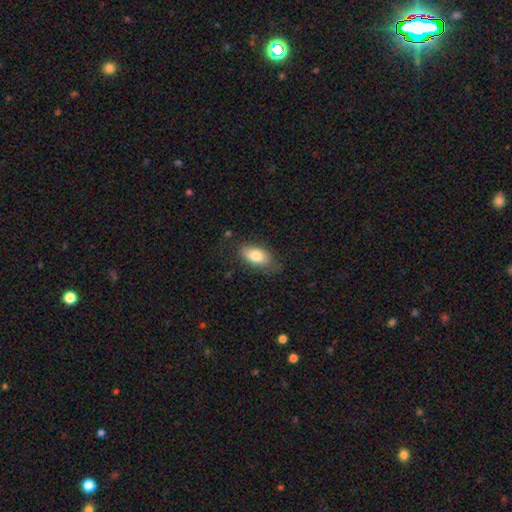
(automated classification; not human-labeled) smooth_or_featured: smooth (p=0.78) [alt: featured or disk p=0.15]
how_rounded: in between (p=0.89) [alt: cigar-shaped p=0.06]
merging: none (p=0.72) [alt: minor disturbance p=0.21]